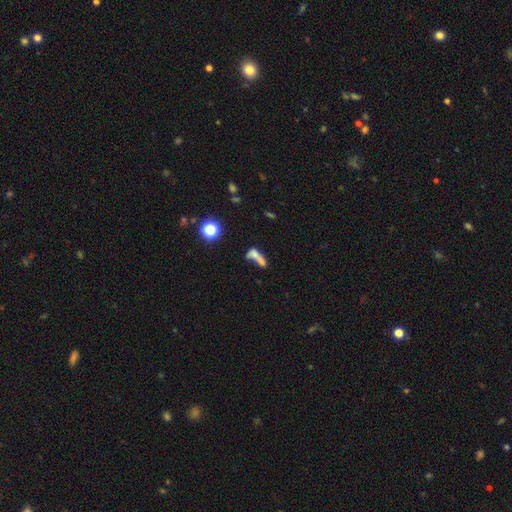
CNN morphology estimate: A smooth galaxy with no disk features (55%) that is in between round and cigar-shaped (46%).

Vote fractions:
- Smooth or featured? smooth: 55% / featured or disk: 28% / star or artifact: 17%
- How rounded? in between: 46% / cigar-shaped: 38% / round: 16%
- Merging? merger: 50% / none: 24% / major disturbance: 16% / minor disturbance: 10%